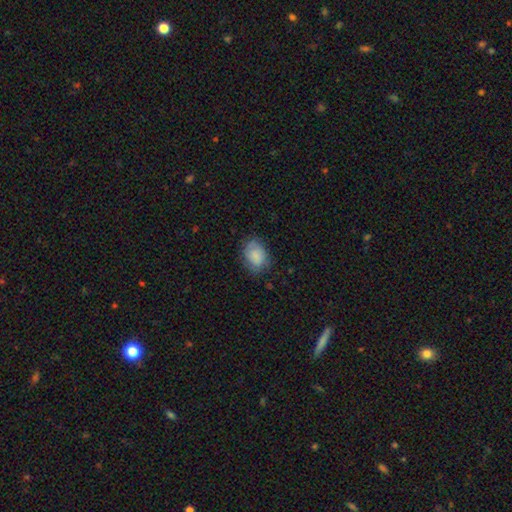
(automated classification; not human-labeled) Smooth or featured? smooth (78%)
How rounded? in between (74%)
Merging? none (69%)